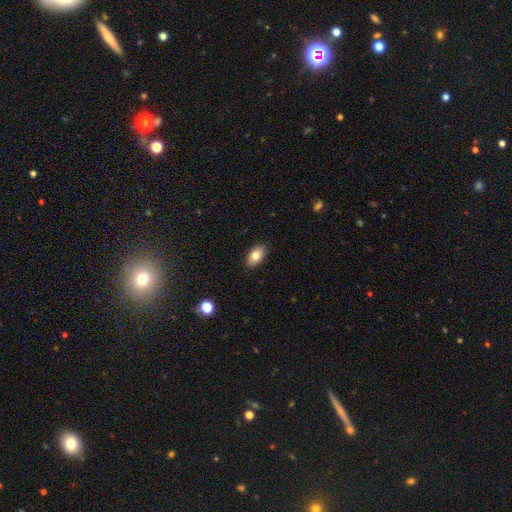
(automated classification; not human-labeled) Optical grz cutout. It shows a smooth galaxy with no disk features (80%) that is in between round and cigar-shaped (91%). Merging: none (89%).